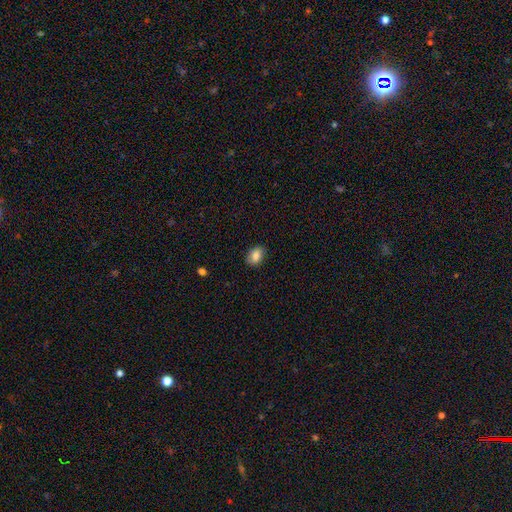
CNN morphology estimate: A smooth galaxy with no disk features (84%) that is in between round and cigar-shaped (80%).

Vote fractions:
- Smooth or featured? smooth: 84% / star or artifact: 8% / featured or disk: 8%
- How rounded? in between: 80% / round: 19% / cigar-shaped: 1%
- Merging? none: 84% / minor disturbance: 12% / major disturbance: 2% / merger: 1%